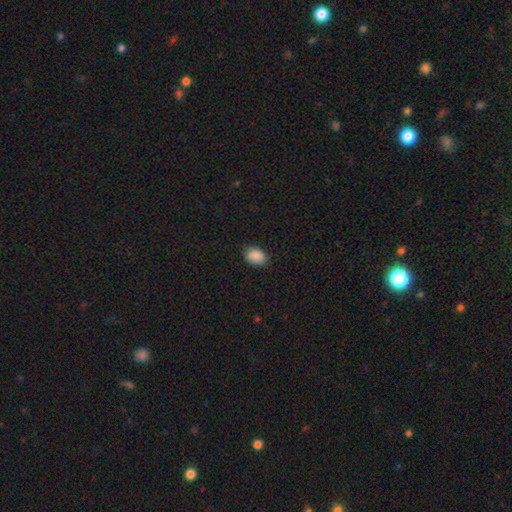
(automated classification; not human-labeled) A smooth galaxy with no disk features (90%) that is in between round and cigar-shaped (86%). Merging: none (87%).